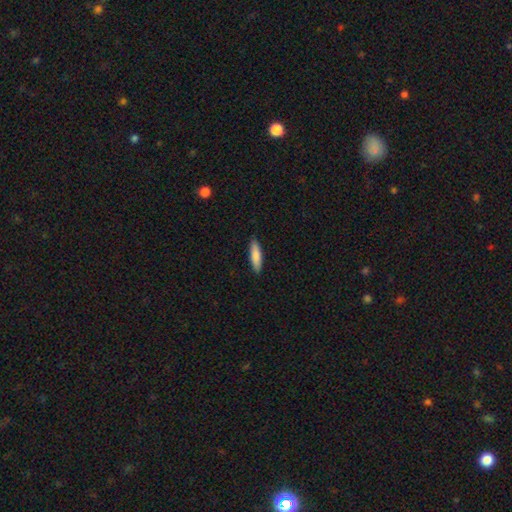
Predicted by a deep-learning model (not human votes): smooth 84%, featured or disk 10%, star or artifact 5%. Down the decision tree: how rounded — cigar-shaped (69%); merging — none (90%).